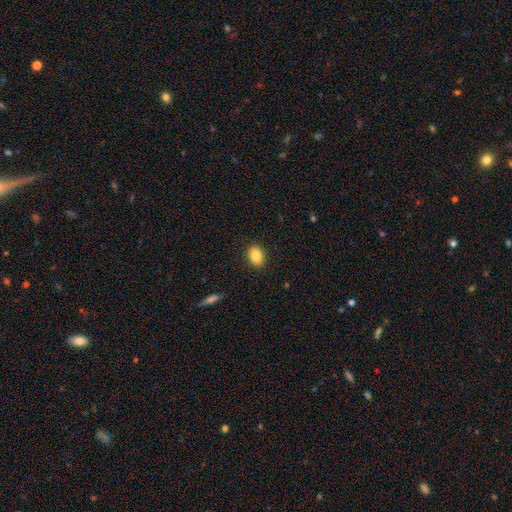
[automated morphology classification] smooth 84%, star or artifact 8%, featured or disk 7%. Down the decision tree: how rounded — in between (71%); merging — none (90%).